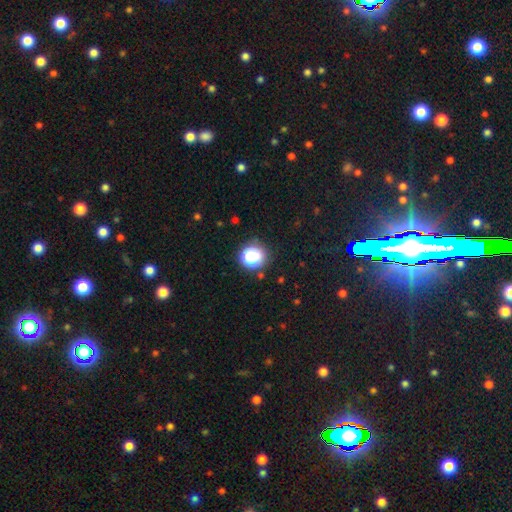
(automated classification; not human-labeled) This is likely a smooth galaxy (66%). How rounded: clearly round (87%). Merging: likely none (78%).